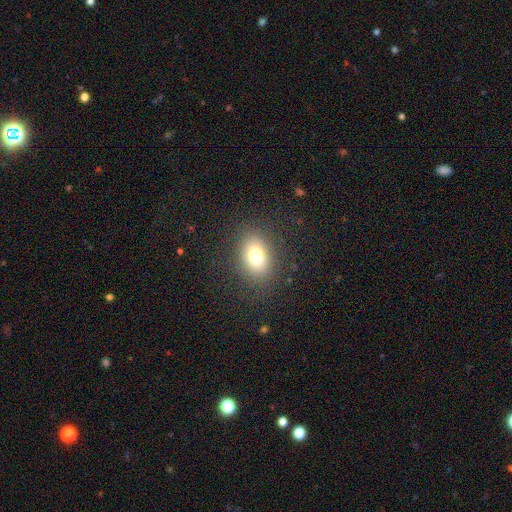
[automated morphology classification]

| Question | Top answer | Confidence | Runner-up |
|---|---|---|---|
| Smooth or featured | smooth | 77% | star or artifact (12%) |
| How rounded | in between | 71% | round (27%) |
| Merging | none | 85% | minor disturbance (9%) |